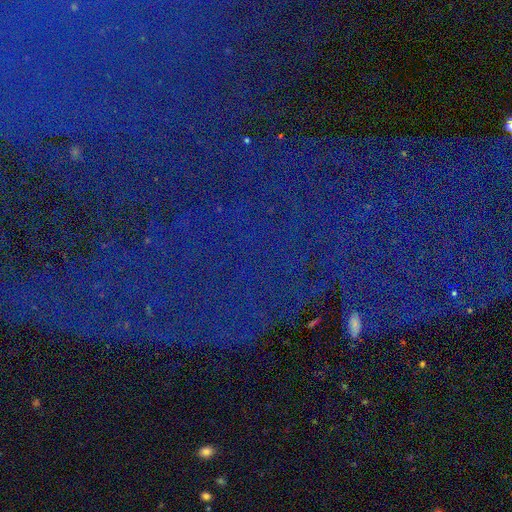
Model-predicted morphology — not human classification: A star or artifact, not a galaxy (84%).